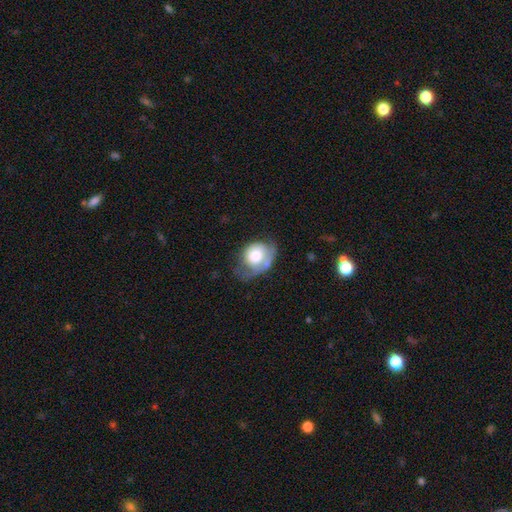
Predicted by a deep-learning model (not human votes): smooth 60%, featured or disk 33%, star or artifact 7%. Down the decision tree: how rounded — round (50%); merging — minor disturbance (36%).